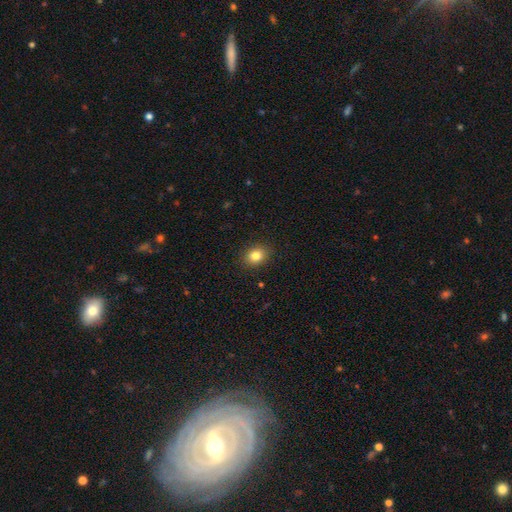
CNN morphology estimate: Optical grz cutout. It shows a smooth galaxy with no disk features (83%) that is in between round and cigar-shaped (52%). Merging: none (89%).